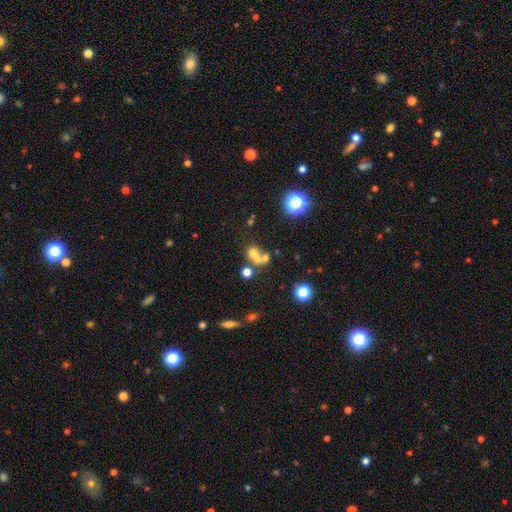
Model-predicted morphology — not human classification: smooth_or_featured: smooth (p=0.58) [alt: star or artifact p=0.21]
how_rounded: round (p=0.71) [alt: in between p=0.28]
merging: merger (p=0.54) [alt: none p=0.32]